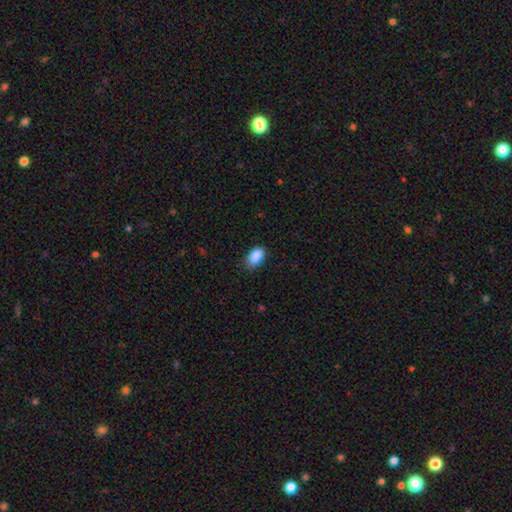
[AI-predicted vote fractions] The model was most divided on "merging": none: 78%, minor disturbance: 18%, major disturbance: 3%, merger: 1%. More confident: how rounded — in between (90%); smooth or featured — smooth (88%).